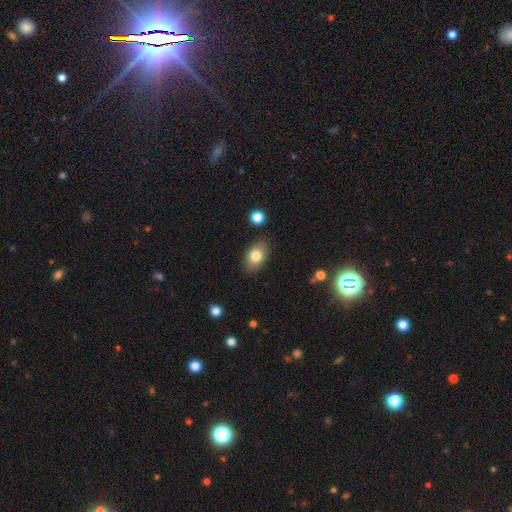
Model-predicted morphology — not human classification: Smooth or featured: smooth — 80% (featured or disk — 12%)
How rounded: in between — 85% (round — 13%)
Merging: none — 85% (minor disturbance — 10%)